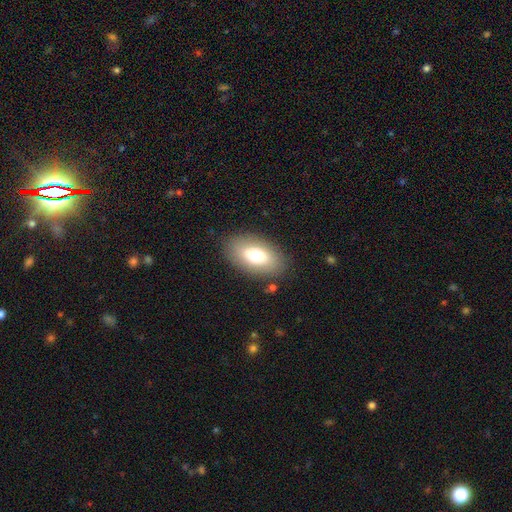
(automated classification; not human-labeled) A smooth galaxy with no disk features (73%) that is in between round and cigar-shaped (92%).

Vote fractions:
- Smooth or featured? smooth: 73% / featured or disk: 19% / star or artifact: 8%
- How rounded? in between: 92% / round: 6% / cigar-shaped: 2%
- Merging? none: 84% / minor disturbance: 11% / major disturbance: 4% / merger: 2%